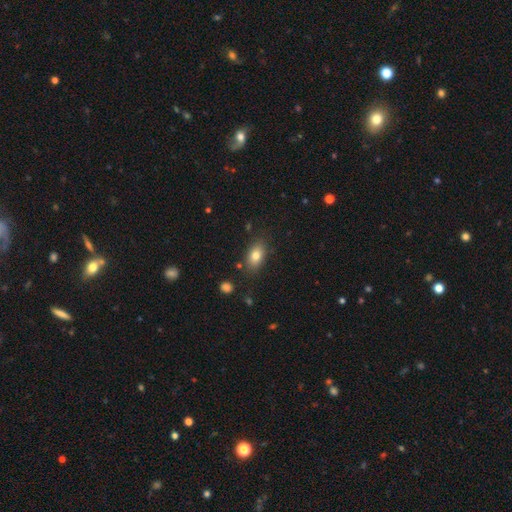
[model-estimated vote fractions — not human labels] Smooth or featured? Predicted: smooth (p=0.80). How rounded? Predicted: in between (p=0.87). Merging? Predicted: none (p=0.82).